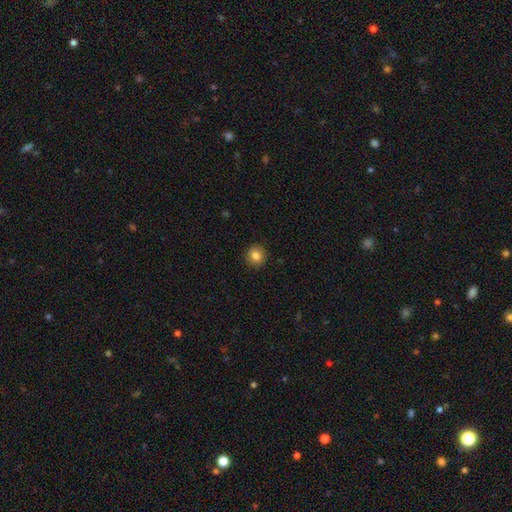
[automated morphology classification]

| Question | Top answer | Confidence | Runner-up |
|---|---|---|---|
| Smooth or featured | smooth | 84% | star or artifact (10%) |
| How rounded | round | 91% | in between (8%) |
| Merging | none | 92% | minor disturbance (6%) |